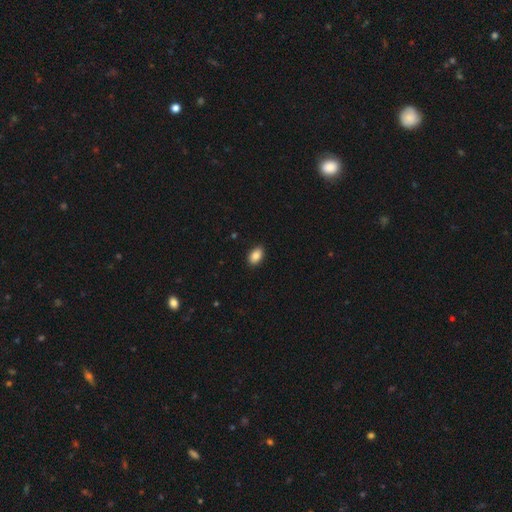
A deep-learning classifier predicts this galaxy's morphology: A smooth galaxy with no disk features (87%) that is in between round and cigar-shaped (89%).

Vote fractions:
- Smooth or featured? smooth: 87% / star or artifact: 8% / featured or disk: 5%
- How rounded? in between: 89% / round: 10% / cigar-shaped: 1%
- Merging? none: 89% / minor disturbance: 8% / major disturbance: 2% / merger: 1%